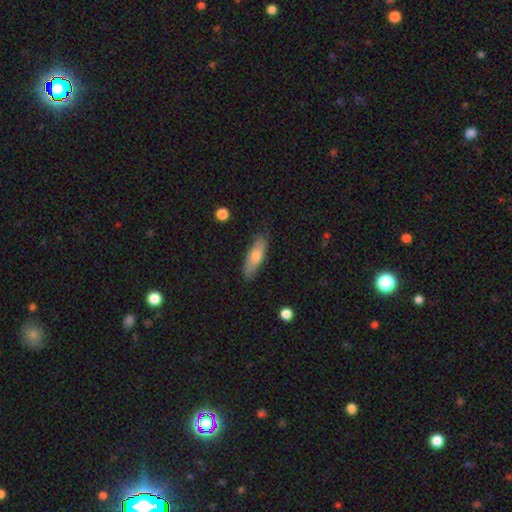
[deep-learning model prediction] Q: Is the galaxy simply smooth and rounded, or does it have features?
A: smooth — 67%.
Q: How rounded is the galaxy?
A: in between — 49%.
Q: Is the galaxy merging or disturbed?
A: none — 82%.